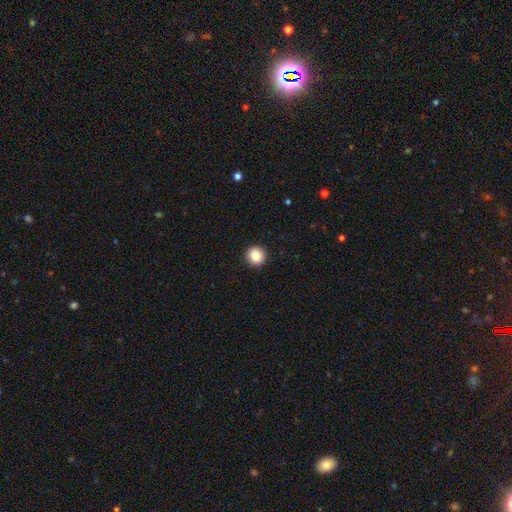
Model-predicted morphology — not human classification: Smooth or featured?
  - smooth: 86% *
  - star or artifact: 9%
  - featured or disk: 5%
How rounded?
  - round: 93% *
  - in between: 6%
  - cigar-shaped: 1%
Merging?
  - none: 93% *
  - minor disturbance: 4%
  - major disturbance: 1%
  - merger: 1%